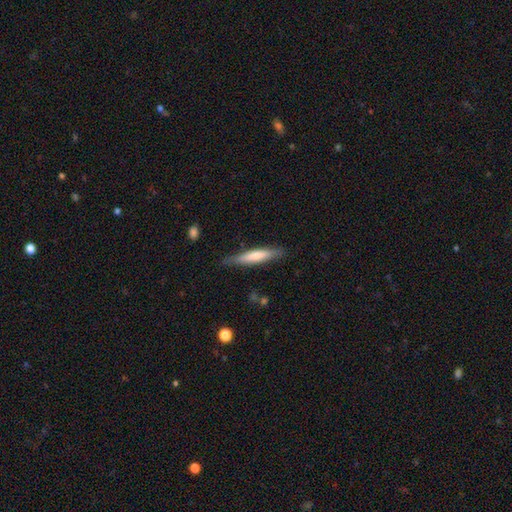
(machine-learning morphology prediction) This is likely a smooth galaxy (60%). How rounded: clearly cigar-shaped (87%). Merging: likely none (79%).